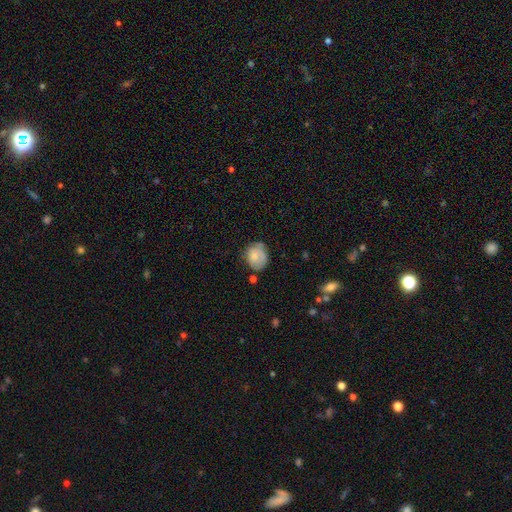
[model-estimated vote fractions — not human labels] The model was most divided on "how rounded": round: 58%, in between: 41%, cigar-shaped: 1%. More confident: smooth or featured — smooth (70%); merging — none (52%).